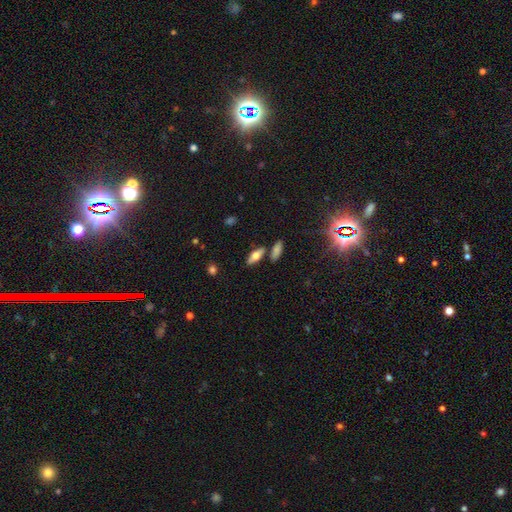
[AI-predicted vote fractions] A smooth galaxy with no disk features (57%) that is in between round and cigar-shaped (68%). Merging: none (77%).